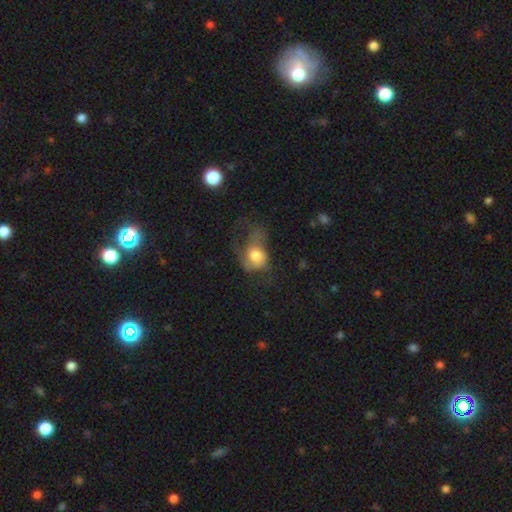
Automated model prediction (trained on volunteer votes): Smooth or featured?
  - smooth: 62% *
  - featured or disk: 29%
  - star or artifact: 9%
How rounded?
  - in between: 54% *
  - round: 44%
  - cigar-shaped: 1%
Merging?
  - major disturbance: 56% *
  - none: 21%
  - minor disturbance: 20%
  - merger: 3%